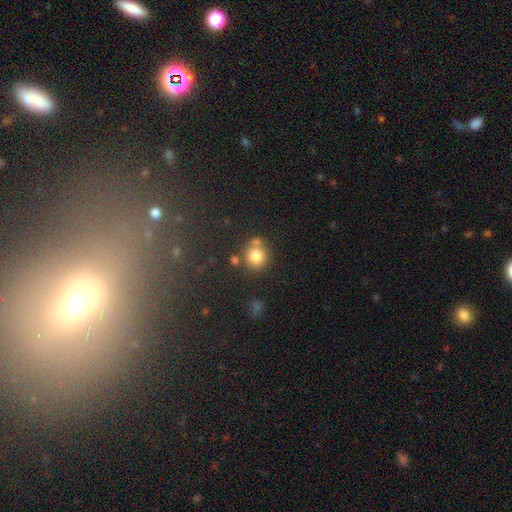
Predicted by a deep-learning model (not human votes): This appears to be a smooth galaxy with no disk features (79%) that is round (84%). Merging: none (63%).